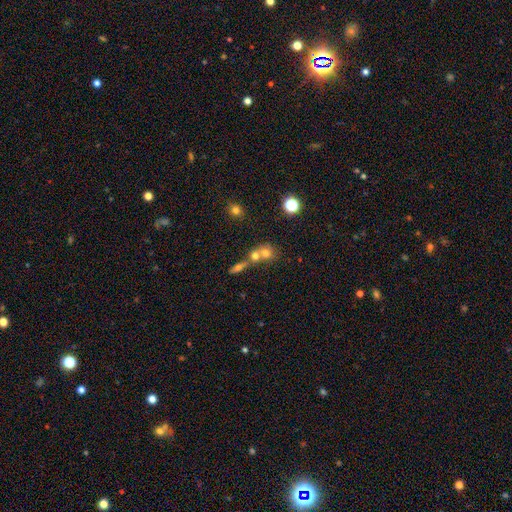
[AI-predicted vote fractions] This is likely a smooth galaxy (65%). How rounded: likely round (66%). Merging: likely merger (63%).